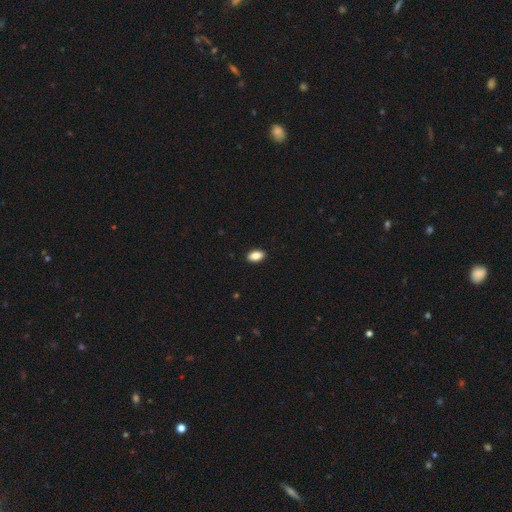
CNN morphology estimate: This is clearly a smooth galaxy (88%). How rounded: clearly in between (92%). Merging: clearly none (91%).